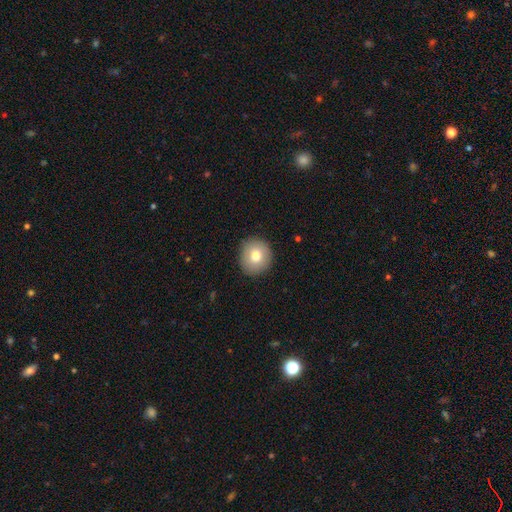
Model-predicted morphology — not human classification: Q: Smooth or featured?
A: smooth (75%); runner-up: featured or disk (16%)
Q: How rounded?
A: round (89%); runner-up: in between (10%)
Q: Merging?
A: none (89%); runner-up: minor disturbance (8%)